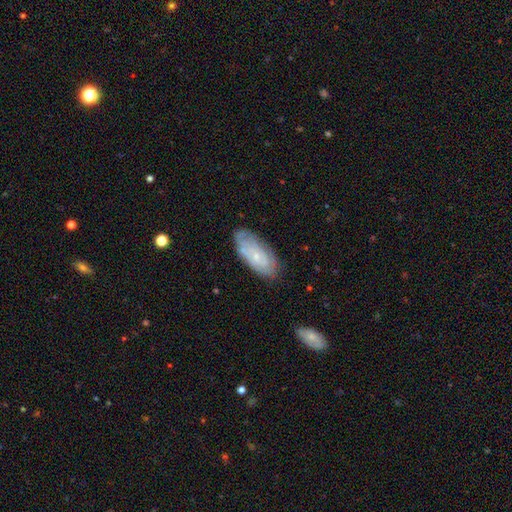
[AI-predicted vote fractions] Smooth or featured? featured or disk (56%)
Edge-on disk? no (89%)
Bar? no (76%)
Spiral arms? yes (72%)
Bulge size? small (76%)
Merging? none (74%)